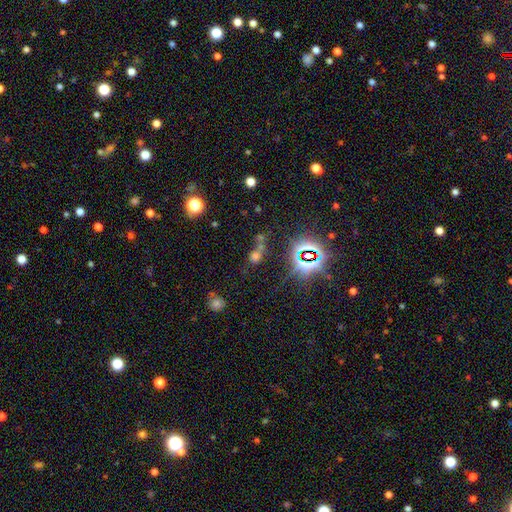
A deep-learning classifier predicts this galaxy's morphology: Smooth or featured: smooth — 49% (star or artifact — 41%)
Merging: none — 49% (merger — 34%)